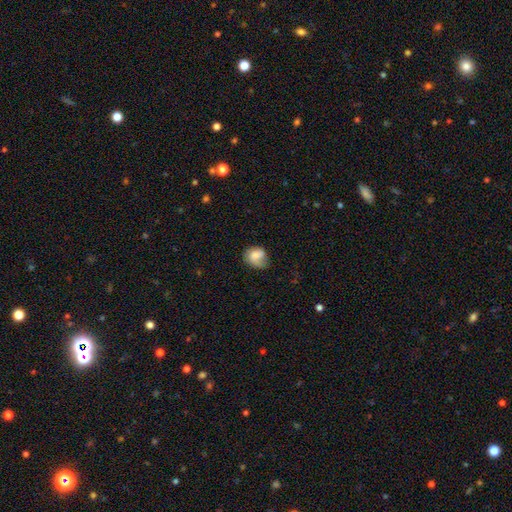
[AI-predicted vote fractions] A smooth galaxy with no disk features (69%) that is in between round and cigar-shaped (53%). Merging: none (45%).